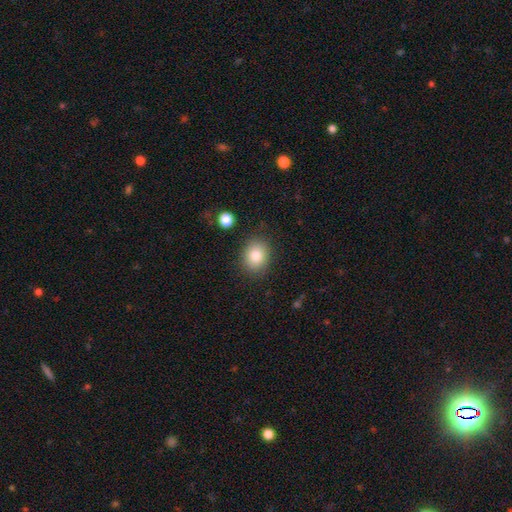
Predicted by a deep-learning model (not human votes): Overall: smooth (82%). How rounded: round (56%; in between 43%). Merging: none (85%).